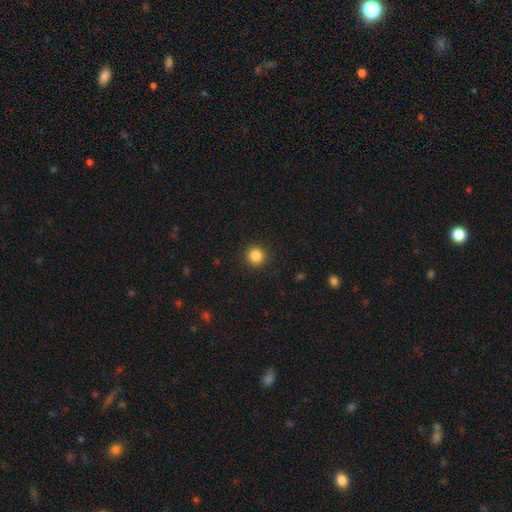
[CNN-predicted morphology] Overall: smooth (85%). How rounded: round (95%). Merging: none (92%).